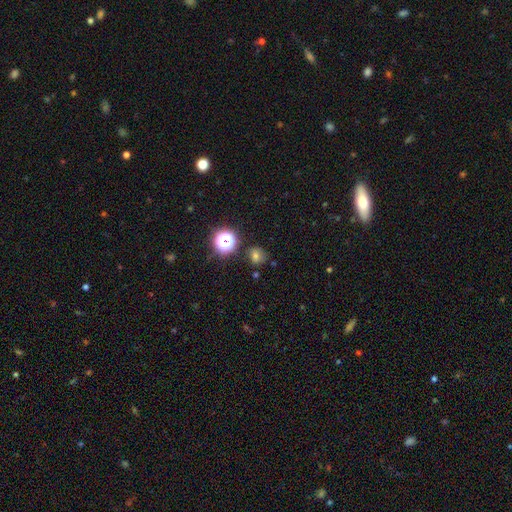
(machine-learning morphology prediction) type=smooth (62%); roundness=round (79%); merging=none (80%).